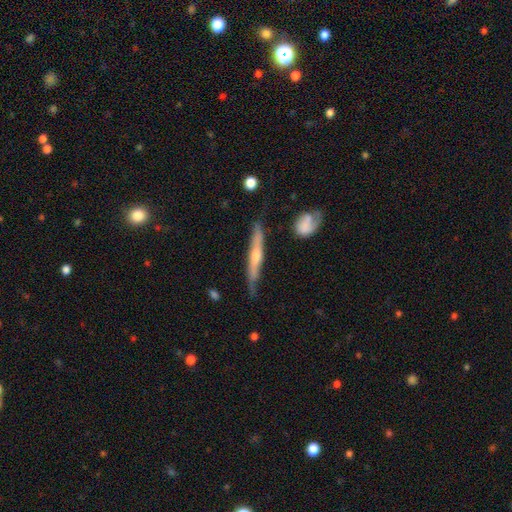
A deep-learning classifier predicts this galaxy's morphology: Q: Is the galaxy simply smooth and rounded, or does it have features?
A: featured or disk — 72%.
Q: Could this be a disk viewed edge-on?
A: yes — 95%.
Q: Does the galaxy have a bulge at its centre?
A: rounded — 79%.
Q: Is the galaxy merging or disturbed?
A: none — 83%.